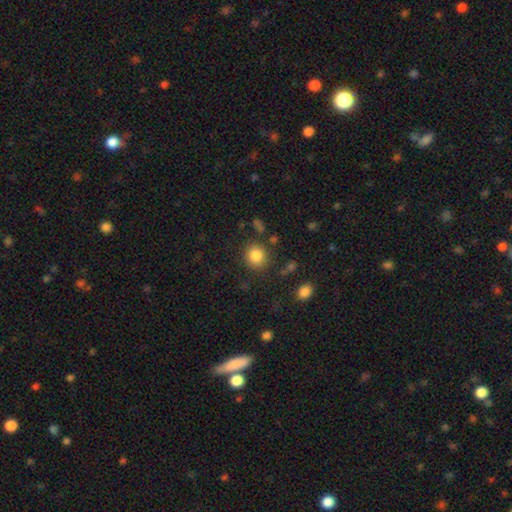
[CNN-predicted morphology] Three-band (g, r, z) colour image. It shows a smooth galaxy with no disk features (85%) that is round (87%). Merging: none (83%).